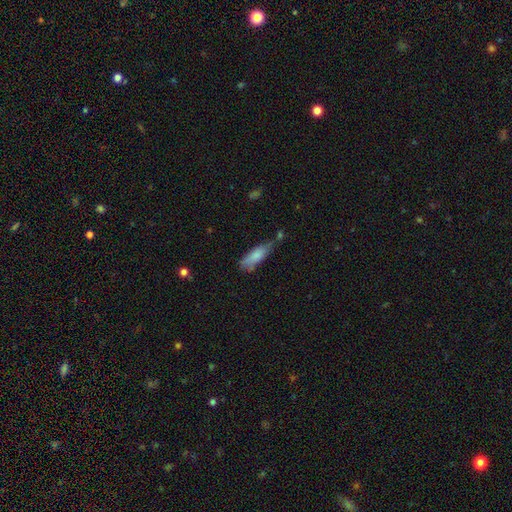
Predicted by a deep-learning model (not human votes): Smooth or featured? smooth (79%)
How rounded? in between (57%)
Merging? none (48%)